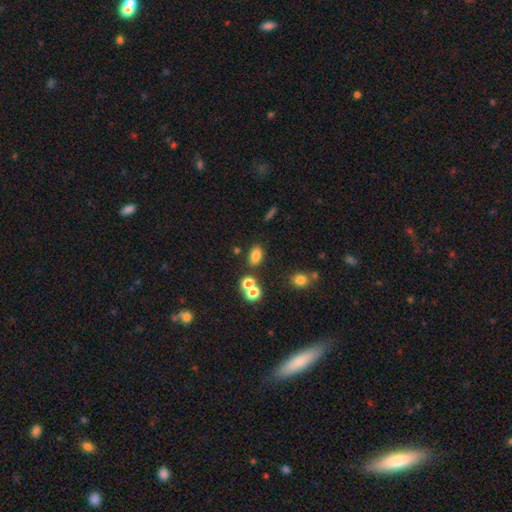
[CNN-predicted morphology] smooth 78%, star or artifact 15%, featured or disk 7%. Down the decision tree: how rounded — in between (81%); merging — none (75%).